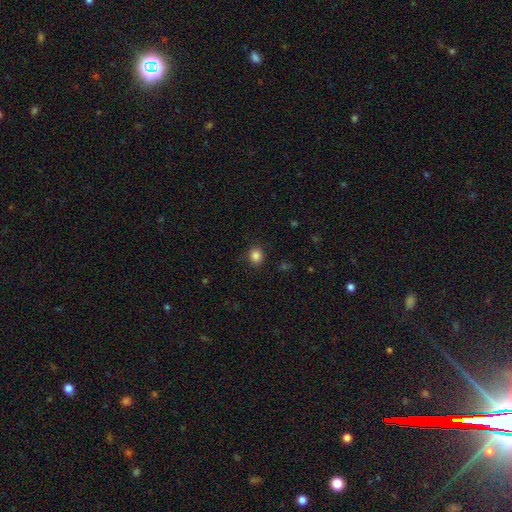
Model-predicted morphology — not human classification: type=smooth (85%); roundness=round (79%); merging=none (88%).